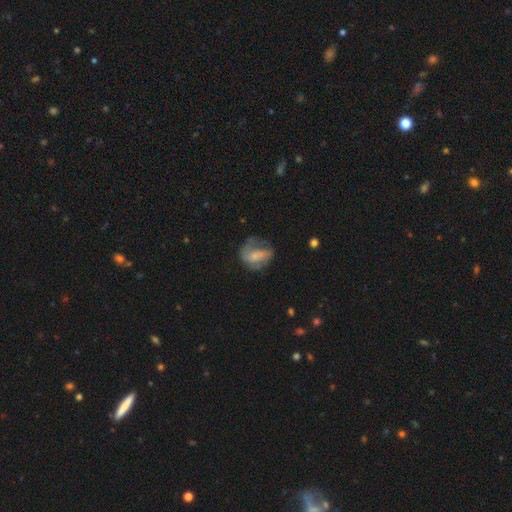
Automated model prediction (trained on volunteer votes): Morphology: type=smooth (50%); merging=none (36%).